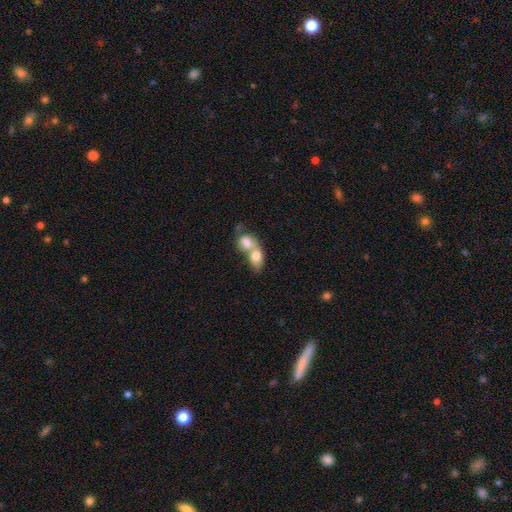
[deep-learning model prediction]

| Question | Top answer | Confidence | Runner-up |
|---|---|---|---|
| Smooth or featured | smooth | 76% | featured or disk (16%) |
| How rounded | in between | 70% | round (27%) |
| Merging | merger | 78% | none (14%) |